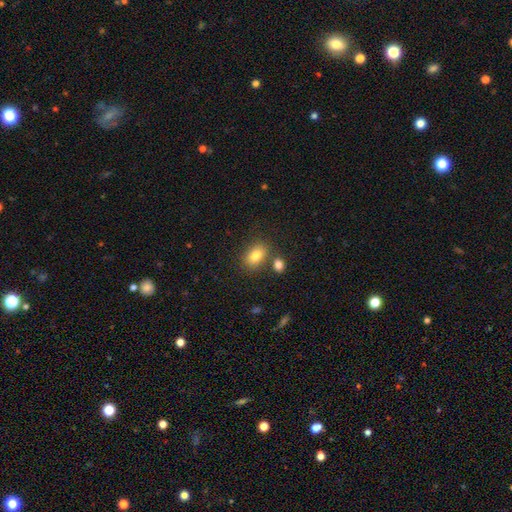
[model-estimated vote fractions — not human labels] This appears to be a smooth galaxy with no disk features (83%) that is in between round and cigar-shaped (79%). Merging: none (71%).